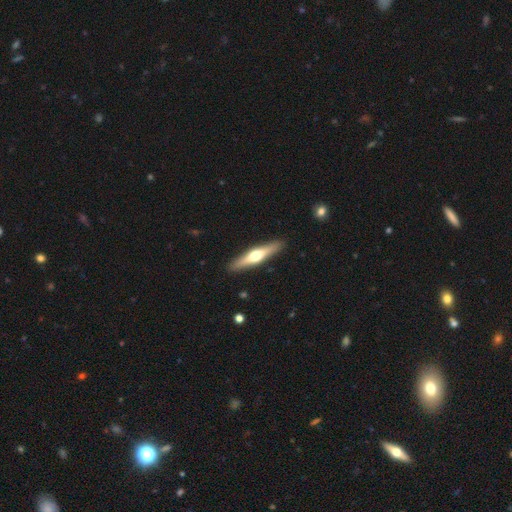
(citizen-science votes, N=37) Smooth or featured? smooth (62%)
How rounded? cigar-shaped (87%)
Merging? none (100%)